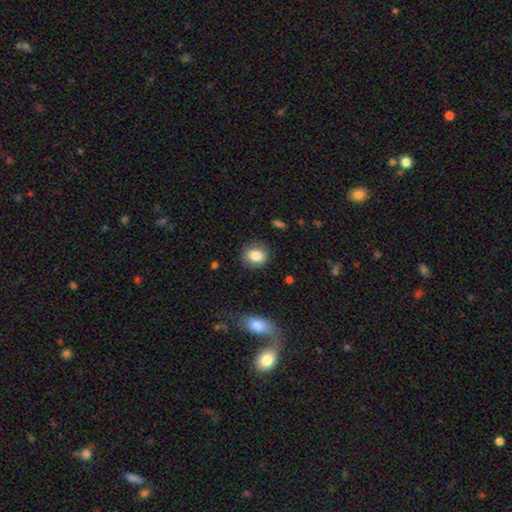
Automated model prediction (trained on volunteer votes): Smooth or featured?
  - smooth: 84% *
  - featured or disk: 8%
  - star or artifact: 8%
How rounded?
  - round: 50% *
  - in between: 49%
  - cigar-shaped: 1%
Merging?
  - none: 80% *
  - minor disturbance: 14%
  - major disturbance: 4%
  - merger: 2%